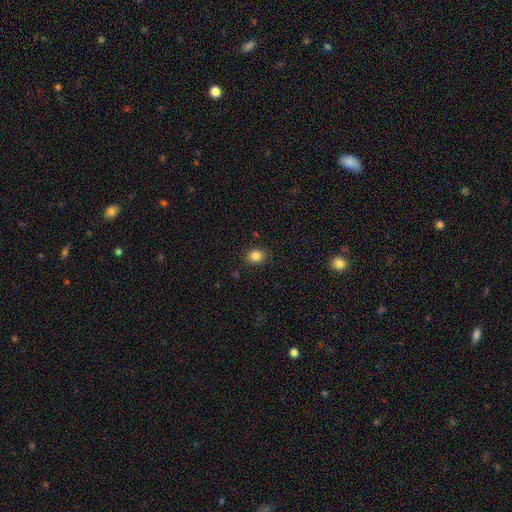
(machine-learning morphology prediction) Smooth or featured: smooth — 84% (star or artifact — 11%)
How rounded: round — 62% (in between — 37%)
Merging: none — 88% (minor disturbance — 8%)